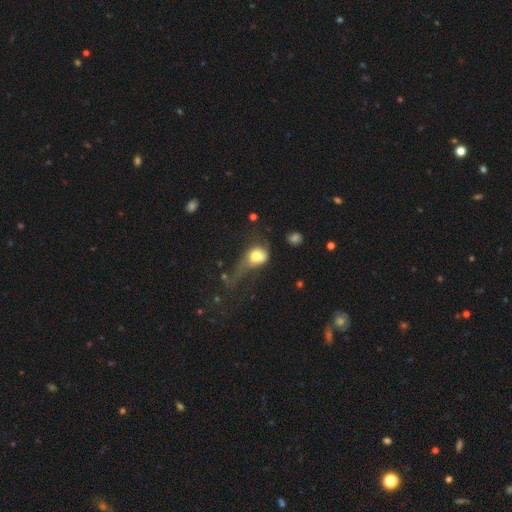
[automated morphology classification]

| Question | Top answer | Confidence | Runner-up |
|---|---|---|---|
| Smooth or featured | smooth | 69% | featured or disk (21%) |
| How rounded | in between | 59% | round (39%) |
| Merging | major disturbance | 57% | minor disturbance (19%) |